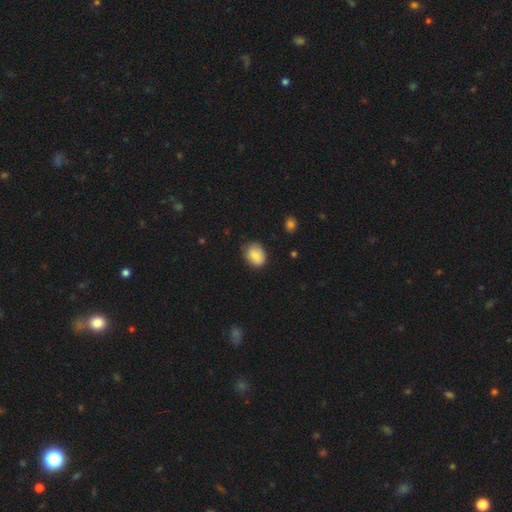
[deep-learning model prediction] Morphology: type=smooth (81%); roundness=in between (60%); merging=none (74%).